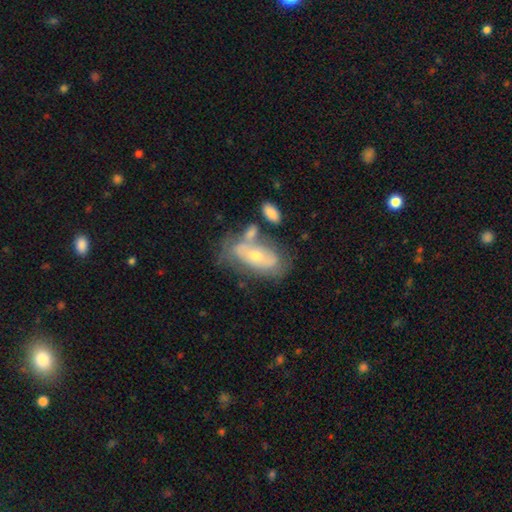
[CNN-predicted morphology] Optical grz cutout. It shows a featured or disk galaxy (55%). Merging: none (44%).